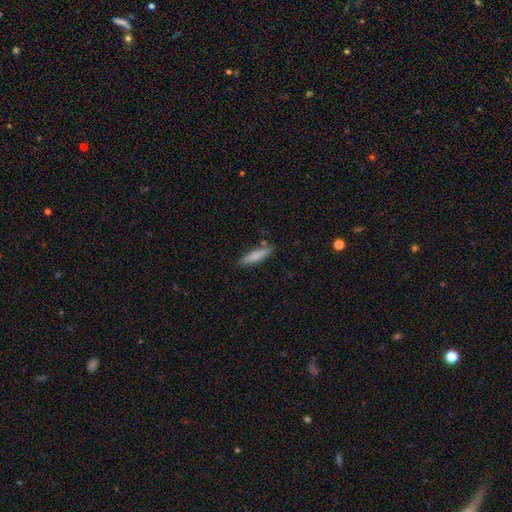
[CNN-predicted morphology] A smooth galaxy with no disk features (82%) that is cigar-shaped (80%). Merging: none (80%).